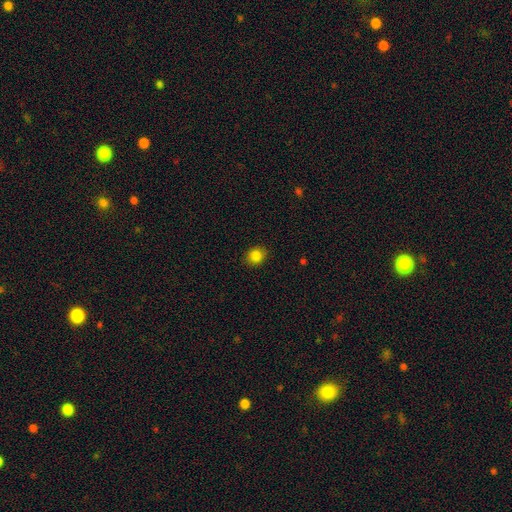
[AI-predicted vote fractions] smooth_or_featured: smooth (p=0.84) [alt: star or artifact p=0.11]
how_rounded: round (p=0.74) [alt: in between p=0.25]
merging: none (p=0.88) [alt: minor disturbance p=0.08]